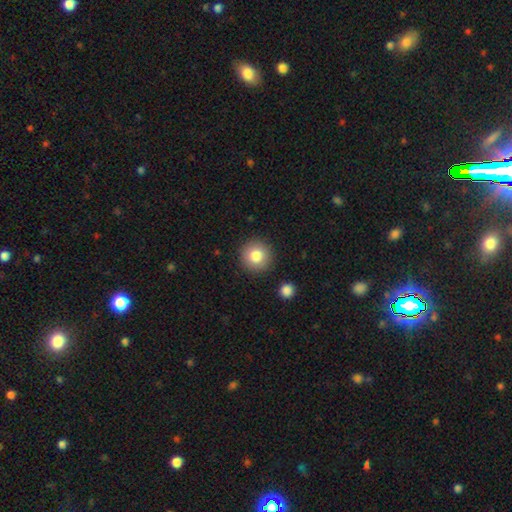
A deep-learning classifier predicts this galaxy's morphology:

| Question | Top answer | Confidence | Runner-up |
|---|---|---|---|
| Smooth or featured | smooth | 82% | star or artifact (9%) |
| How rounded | round | 95% | in between (4%) |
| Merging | none | 89% | minor disturbance (6%) |